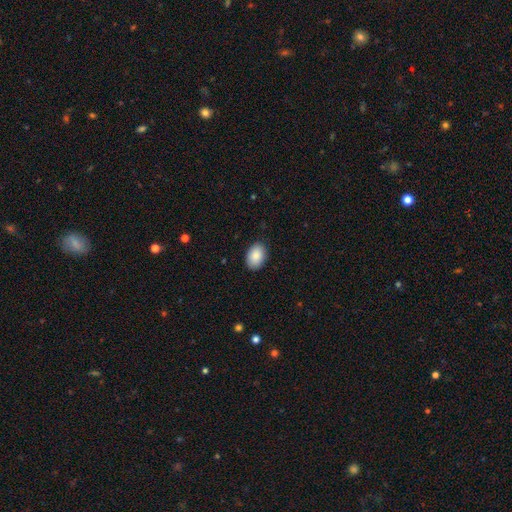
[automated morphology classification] smooth-or-featured: smooth: 89% | star or artifact: 7% | featured or disk: 5%
  how-rounded: in between: 86% | round: 13% | cigar-shaped: 1%
  merging: none: 88% | minor disturbance: 9% | major disturbance: 2% | merger: 1%